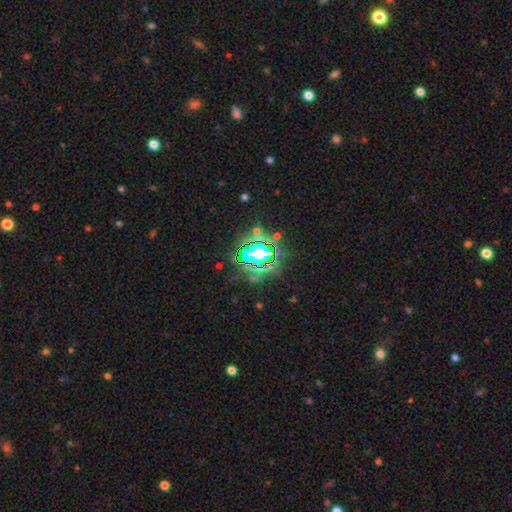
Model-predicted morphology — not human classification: Smooth or featured: star or artifact — 80% (smooth — 12%)